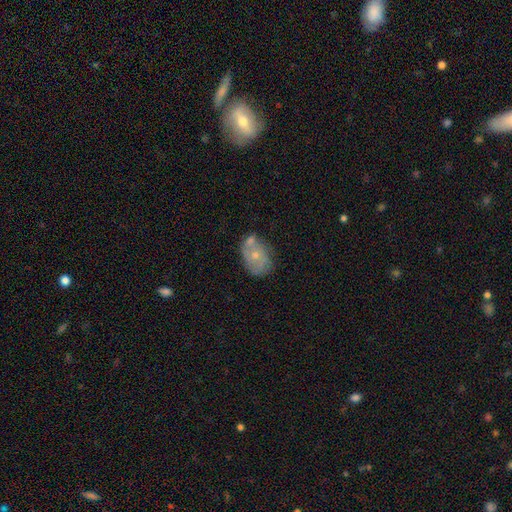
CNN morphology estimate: A smooth galaxy with no disk features (49%).

Vote fractions:
- Smooth or featured? smooth: 49% / featured or disk: 43% / star or artifact: 8%
- Merging? none: 41% / merger: 26% / minor disturbance: 24% / major disturbance: 8%